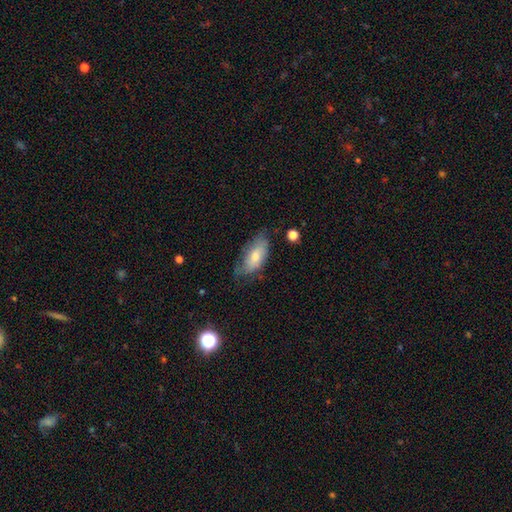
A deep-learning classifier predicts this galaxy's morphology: type=smooth (57%); roundness=in between (87%); merging=none (57%).